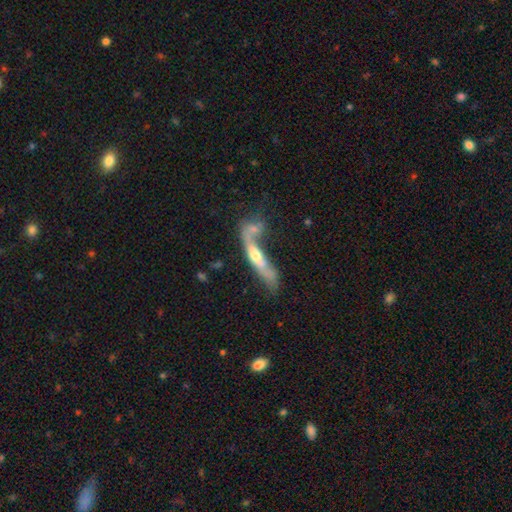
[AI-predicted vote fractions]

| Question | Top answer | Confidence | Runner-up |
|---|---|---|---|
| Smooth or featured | featured or disk | 55% | smooth (38%) |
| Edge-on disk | yes | 60% | no (40%) |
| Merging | merger | 45% | none (23%) |